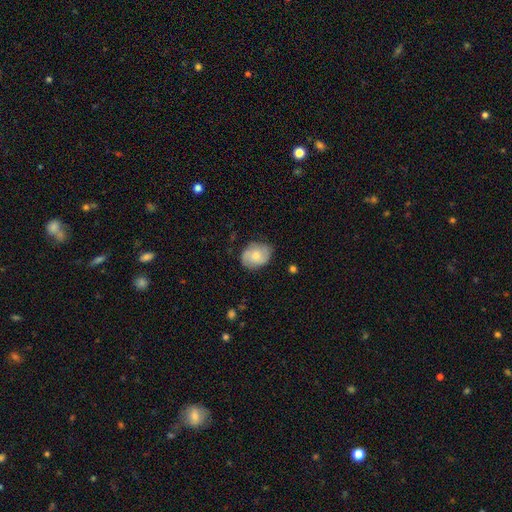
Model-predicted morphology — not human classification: The model was most divided on "how rounded": in between: 55%, round: 44%, cigar-shaped: 1%. More confident: merging — none (72%); smooth or featured — smooth (57%).